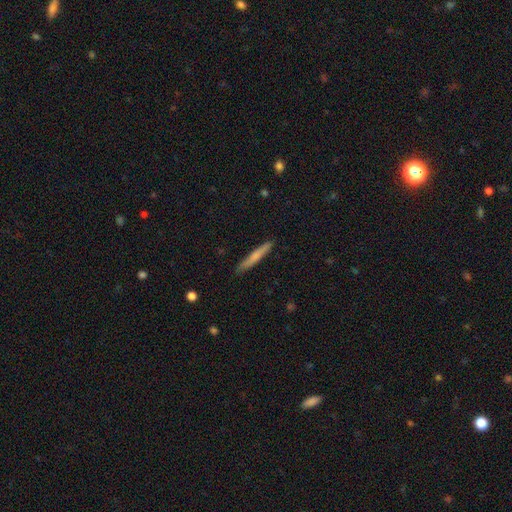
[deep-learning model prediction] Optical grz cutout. It shows a smooth galaxy with no disk features (67%) that is cigar-shaped (95%). Merging: none (88%).